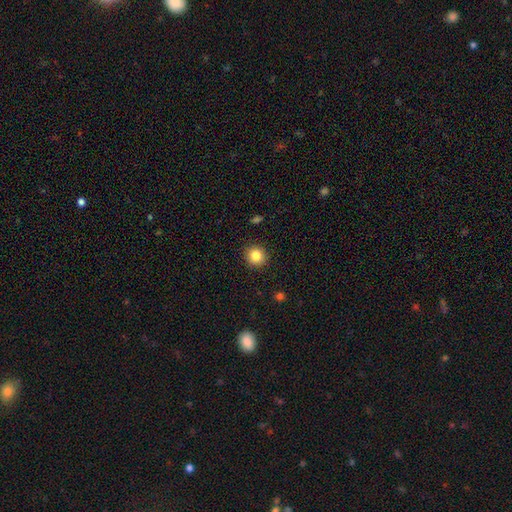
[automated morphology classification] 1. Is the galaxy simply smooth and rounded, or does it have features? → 85% smooth, 10% star or artifact, 5% featured or disk.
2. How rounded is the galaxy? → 92% round, 7% in between, 1% cigar-shaped.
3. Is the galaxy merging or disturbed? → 91% none, 6% minor disturbance, 2% major disturbance, 1% merger.